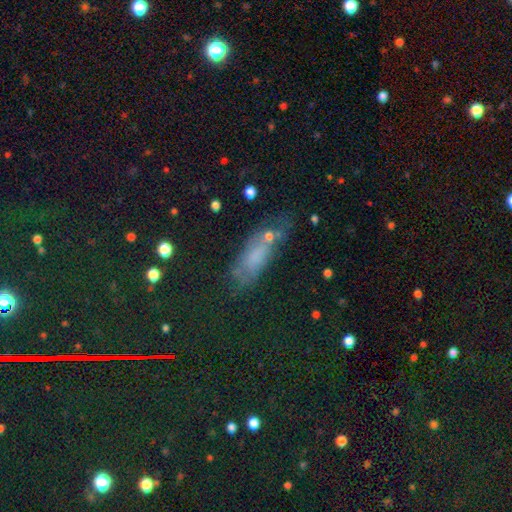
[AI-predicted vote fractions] A smooth galaxy with no disk features (58%) that is in between round and cigar-shaped (63%).

Vote fractions:
- Smooth or featured? smooth: 58% / featured or disk: 21% / star or artifact: 20%
- How rounded? in between: 63% / cigar-shaped: 32% / round: 5%
- Merging? none: 48% / minor disturbance: 26% / major disturbance: 16% / merger: 10%